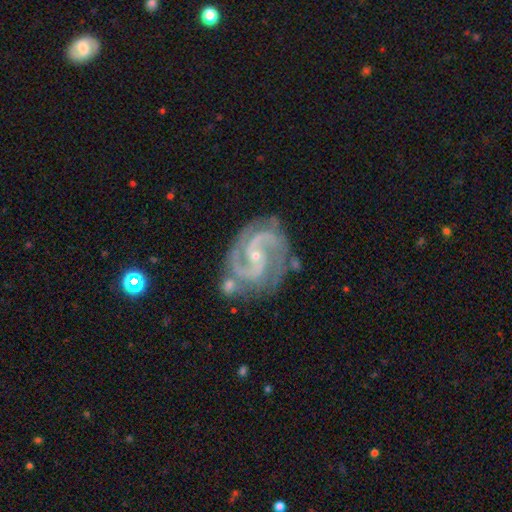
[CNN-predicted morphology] Smooth or featured? featured or disk (93%)
Edge-on disk? no (98%)
Bar? no (48%)
Spiral arms? yes (99%)
Spiral winding? medium (58%)
Spiral arm count? 2 (86%)
Bulge size? small (81%)
Merging? none (66%)